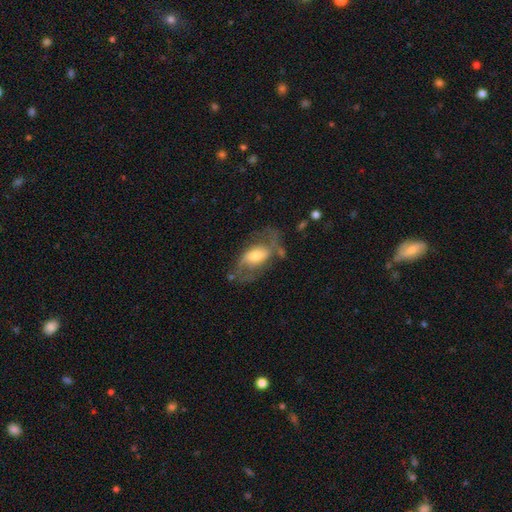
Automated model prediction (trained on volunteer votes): A featured or disk galaxy (68%) with no bar (40%), 2 (84%) loose (47%) spiral arms (81%) and a moderate central bulge (49%).

Vote fractions:
- Smooth or featured? featured or disk: 68% / smooth: 26% / star or artifact: 7%
- Edge-on disk? no: 94% / yes: 6%
- Bar? no: 40% / weak: 39% / strong: 21%
- Spiral arms? yes: 81% / no: 19%
- Spiral winding? loose: 47% / medium: 41% / tight: 12%
- Spiral arm count? 2: 84% / can't tell: 8% / 1: 4% / 3: 1% / 4: 1% / more than 4: 1%
- Bulge size? moderate: 49% / small: 32% / large: 14% / none: 2% / dominant: 2%
- Merging? none: 54% / major disturbance: 21% / minor disturbance: 21% / merger: 4%